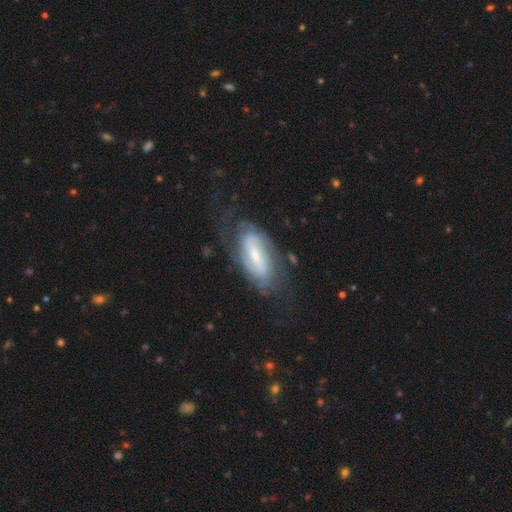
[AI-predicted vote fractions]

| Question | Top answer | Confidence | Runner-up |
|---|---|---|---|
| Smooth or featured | featured or disk | 78% | smooth (16%) |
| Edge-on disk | no | 91% | yes (9%) |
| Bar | weak | 39% | strong (35%) |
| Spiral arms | yes | 87% | no (13%) |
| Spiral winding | tight | 43% | medium (37%) |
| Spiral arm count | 2 | 55% | can't tell (31%) |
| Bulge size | small | 61% | moderate (34%) |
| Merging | none | 64% | minor disturbance (19%) |